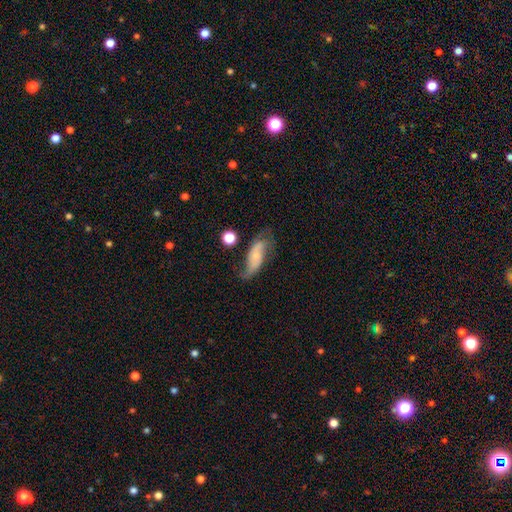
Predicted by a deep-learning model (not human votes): Smooth or featured? Predicted: featured or disk (p=0.61). Edge-on disk? Predicted: no (p=0.90). Bar? Predicted: no (p=0.65). Spiral arms? Predicted: yes (p=0.86). Bulge size? Predicted: small (p=0.64). Merging? Predicted: none (p=0.51).